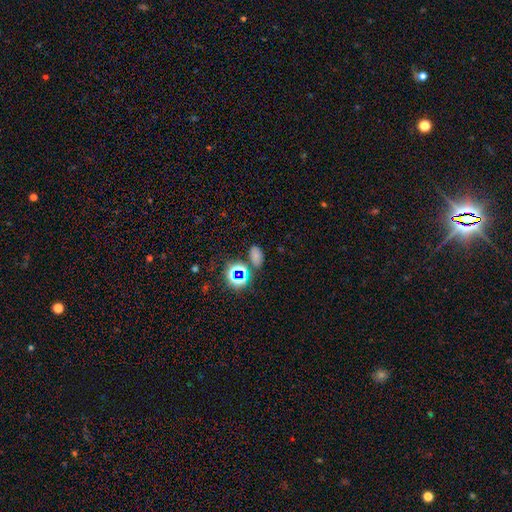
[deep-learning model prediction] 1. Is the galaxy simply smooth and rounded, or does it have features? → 61% smooth, 32% star or artifact, 7% featured or disk.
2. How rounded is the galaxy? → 86% in between, 12% round, 2% cigar-shaped.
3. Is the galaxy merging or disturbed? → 75% none, 13% minor disturbance, 7% merger, 5% major disturbance.